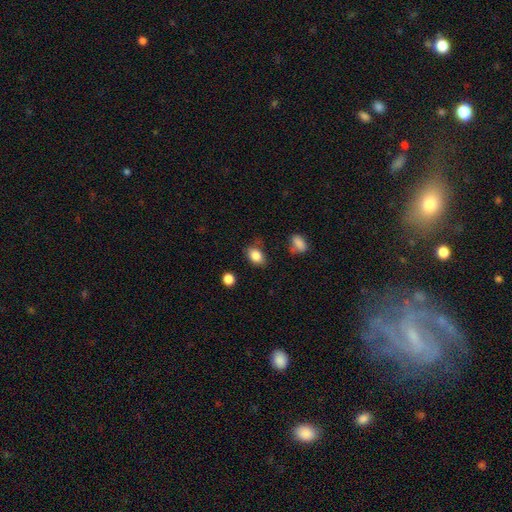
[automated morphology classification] A smooth galaxy with no disk features (85%) that is in between round and cigar-shaped (79%).

Vote fractions:
- Smooth or featured? smooth: 85% / star or artifact: 9% / featured or disk: 6%
- How rounded? in between: 79% / round: 20% / cigar-shaped: 1%
- Merging? none: 74% / minor disturbance: 19% / major disturbance: 5% / merger: 3%